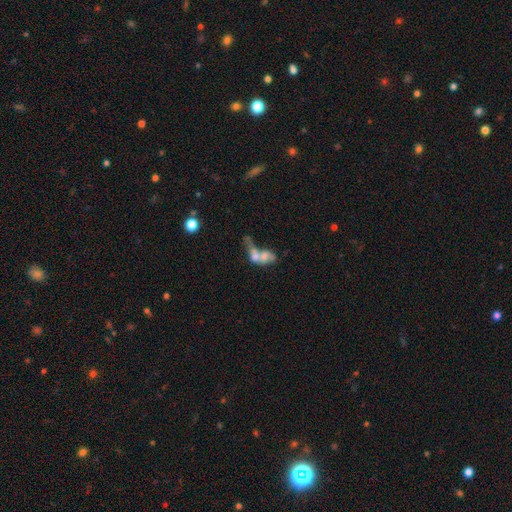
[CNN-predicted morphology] The model was most divided on "smooth or featured": smooth: 47%, featured or disk: 41%, star or artifact: 12%. More confident: merging — merger (70%).